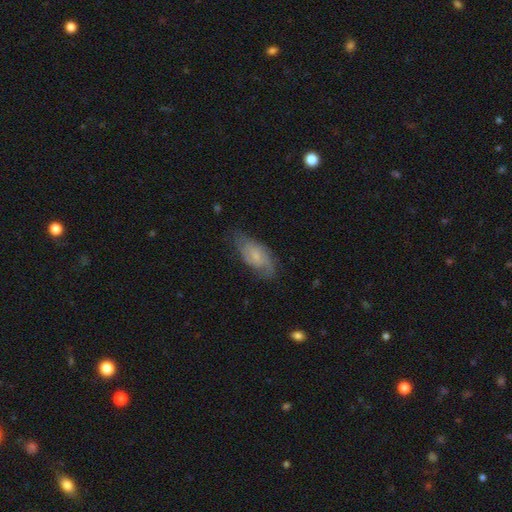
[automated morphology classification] Smooth or featured: featured or disk — 57% (smooth — 36%)
Edge-on disk: no — 93% (yes — 7%)
Bar: no — 61% (weak — 34%)
Spiral arms: yes — 85% (no — 15%)
Bulge size: small — 65% (moderate — 23%)
Merging: none — 64% (minor disturbance — 25%)